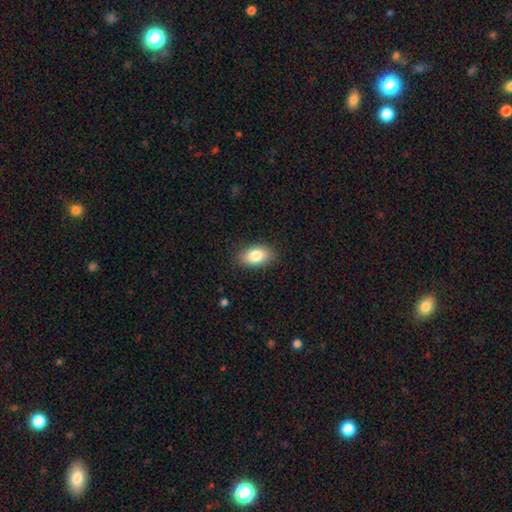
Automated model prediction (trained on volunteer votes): Smooth or featured? Predicted: smooth (p=0.82). How rounded? Predicted: in between (p=0.91). Merging? Predicted: none (p=0.86).